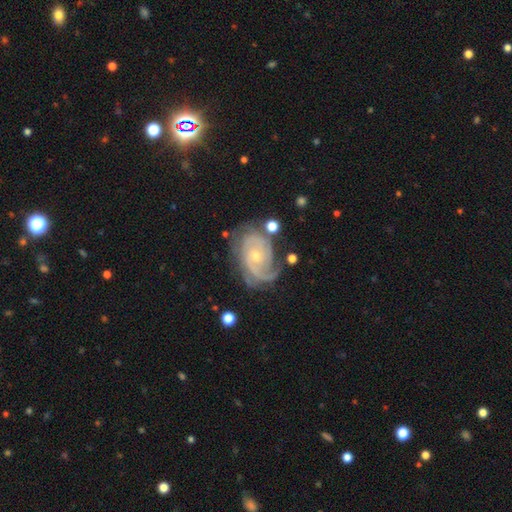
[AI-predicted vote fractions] This is clearly a featured or disk galaxy (87%). It is clearly not viewed edge-on (97%). Bar: likely no (72%). Spiral arm pattern: clearly yes (96%). Spiral arm count: marginally 2 (33%). Spiral winding: likely tight (60%). Central bulge: likely small (69%). Merging: likely none (60%).